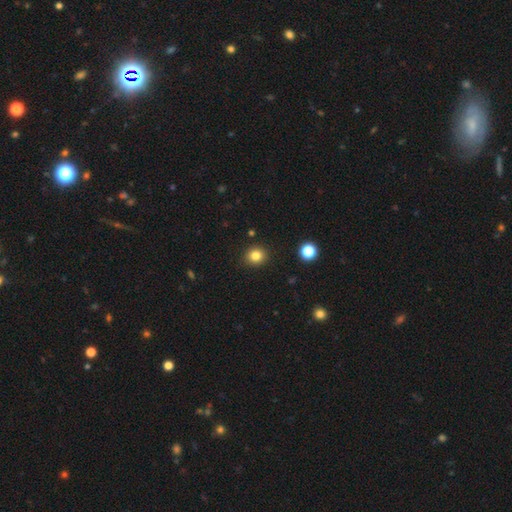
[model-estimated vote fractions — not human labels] Smooth or featured? smooth (82%)
How rounded? round (83%)
Merging? none (91%)